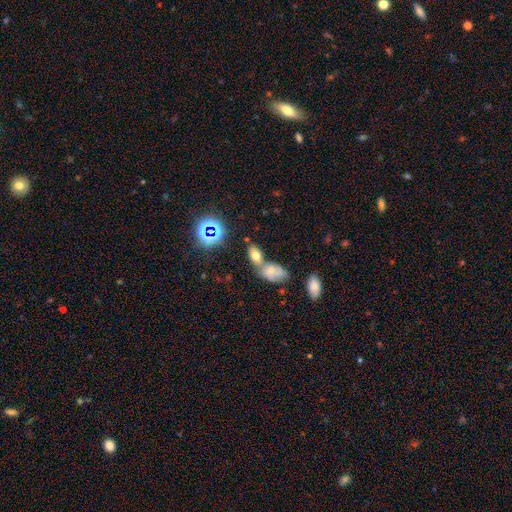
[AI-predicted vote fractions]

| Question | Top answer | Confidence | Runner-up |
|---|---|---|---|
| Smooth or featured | smooth | 62% | star or artifact (20%) |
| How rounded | in between | 86% | round (9%) |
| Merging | none | 43% | merger (42%) |